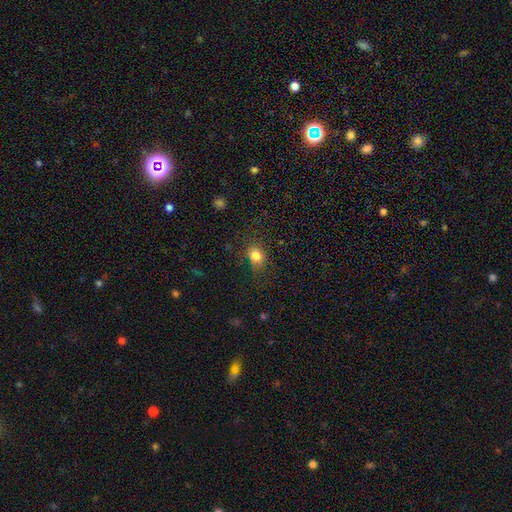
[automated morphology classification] Smooth or featured? smooth (81%)
How rounded? round (58%)
Merging? none (76%)